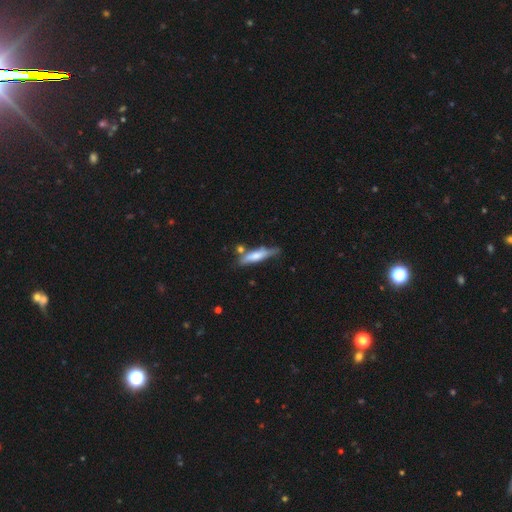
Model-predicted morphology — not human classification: smooth 59%, featured or disk 35%, star or artifact 6%. Down the decision tree: how rounded — cigar-shaped (81%); merging — none (58%).